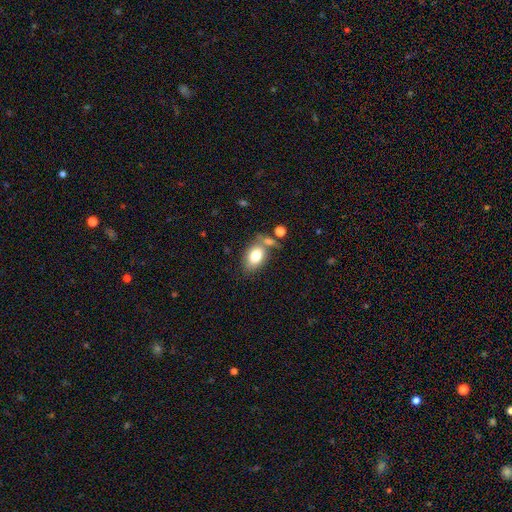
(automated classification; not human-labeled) Smooth or featured: smooth — 78% (featured or disk — 14%)
How rounded: in between — 84% (round — 14%)
Merging: none — 56% (merger — 20%)